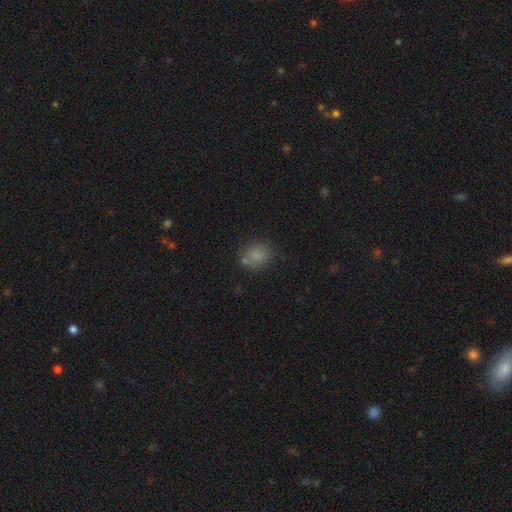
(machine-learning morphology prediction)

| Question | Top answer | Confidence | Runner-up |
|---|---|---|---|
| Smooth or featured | smooth | 79% | star or artifact (14%) |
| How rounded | round | 74% | in between (25%) |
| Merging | none | 68% | minor disturbance (15%) |